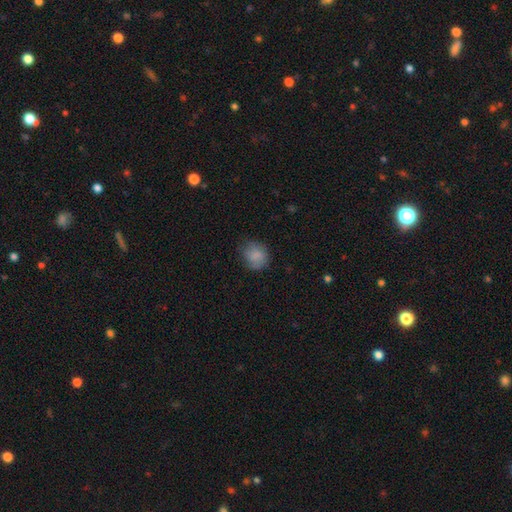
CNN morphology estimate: A smooth galaxy with no disk features (83%) that is round (76%). Merging: none (74%).